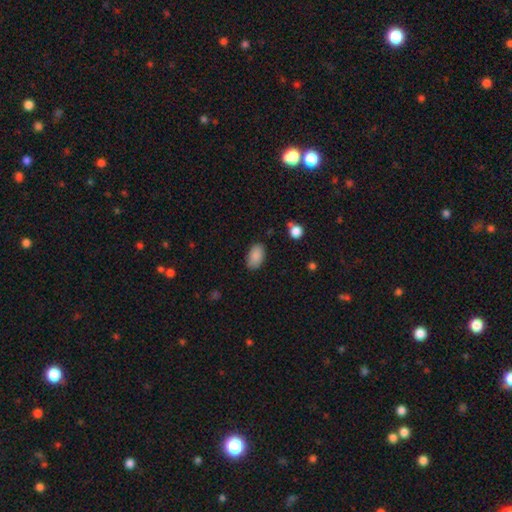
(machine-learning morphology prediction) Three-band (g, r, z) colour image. It shows a smooth galaxy with no disk features (89%) that is in between round and cigar-shaped (93%). Merging: none (81%).